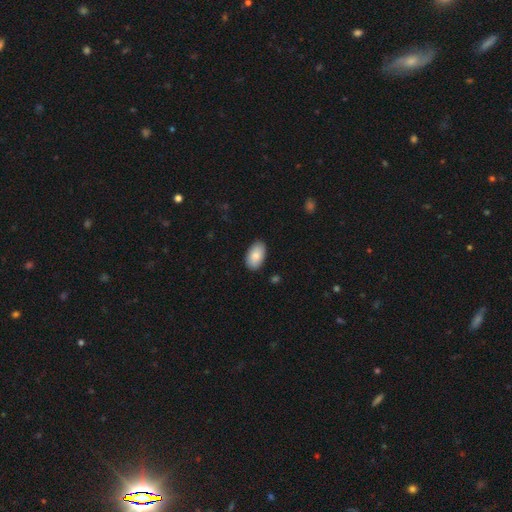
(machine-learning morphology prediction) Smooth or featured?
  - smooth: 85% *
  - featured or disk: 9%
  - star or artifact: 6%
How rounded?
  - in between: 95% *
  - round: 4%
  - cigar-shaped: 1%
Merging?
  - none: 87% *
  - minor disturbance: 10%
  - major disturbance: 2%
  - merger: 1%